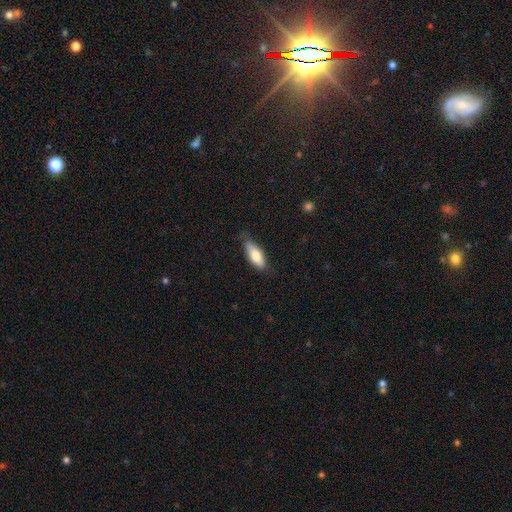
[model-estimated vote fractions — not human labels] smooth 76%, featured or disk 18%, star or artifact 6%. Down the decision tree: how rounded — in between (73%); merging — none (68%).